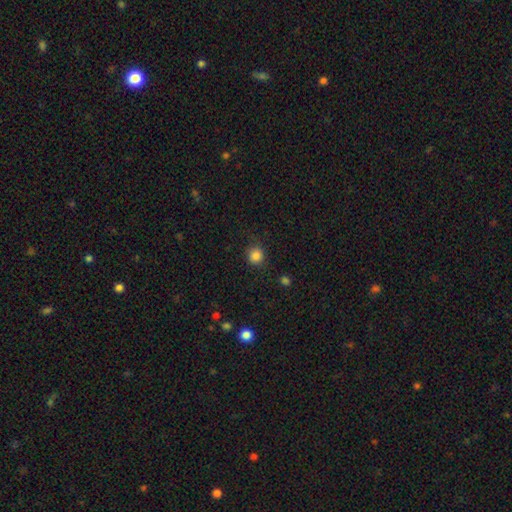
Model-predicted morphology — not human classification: Smooth or featured? Predicted: smooth (p=0.85). How rounded? Predicted: round (p=0.90). Merging? Predicted: none (p=0.84).